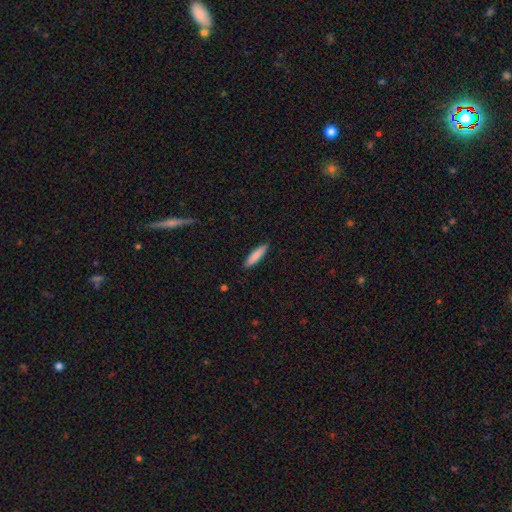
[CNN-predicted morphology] smooth_or_featured: smooth (p=0.84) [alt: featured or disk p=0.10]
how_rounded: cigar-shaped (p=0.80) [alt: in between p=0.19]
merging: none (p=0.89) [alt: minor disturbance p=0.08]